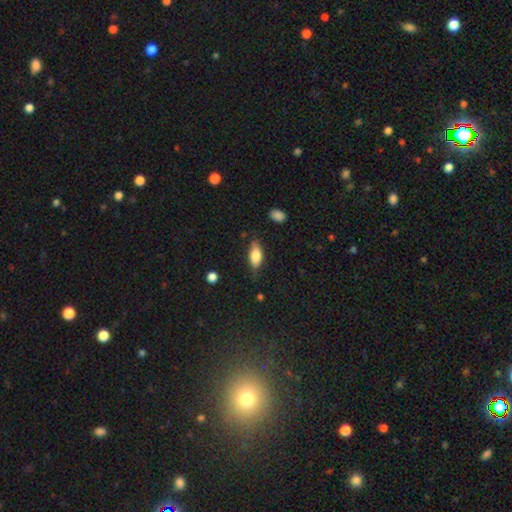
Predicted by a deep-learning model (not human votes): smooth 78%, featured or disk 14%, star or artifact 7%. Down the decision tree: how rounded — in between (84%); merging — none (72%).